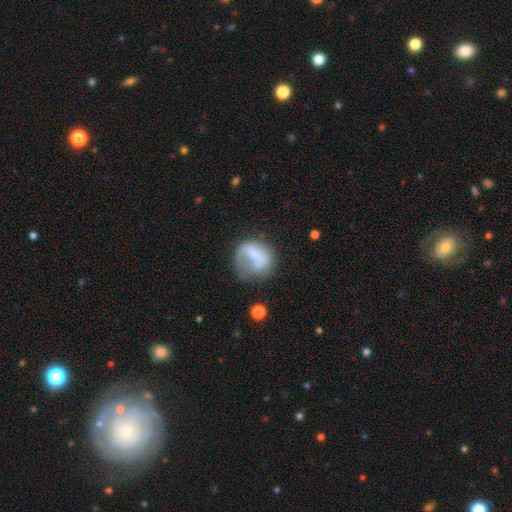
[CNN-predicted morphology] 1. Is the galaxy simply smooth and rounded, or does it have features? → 58% smooth, 33% featured or disk, 9% star or artifact.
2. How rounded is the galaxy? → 70% round, 29% in between, 2% cigar-shaped.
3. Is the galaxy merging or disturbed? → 38% none, 33% major disturbance, 24% minor disturbance, 4% merger.